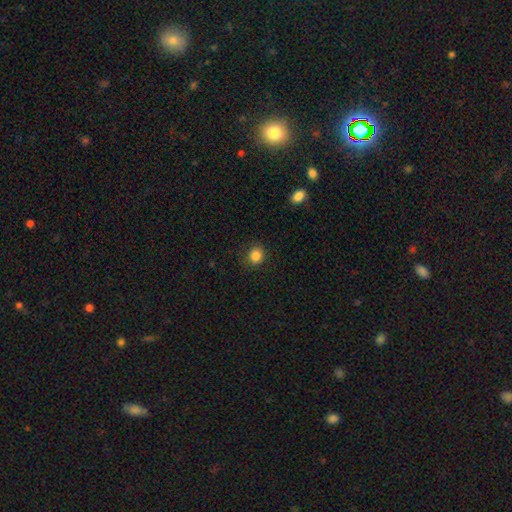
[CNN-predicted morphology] type=smooth (85%); roundness=round (86%); merging=none (88%).